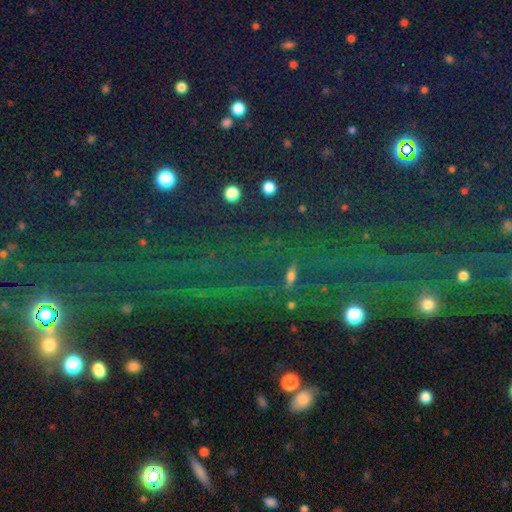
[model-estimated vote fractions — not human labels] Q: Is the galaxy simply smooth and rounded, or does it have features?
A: star or artifact — 77%.